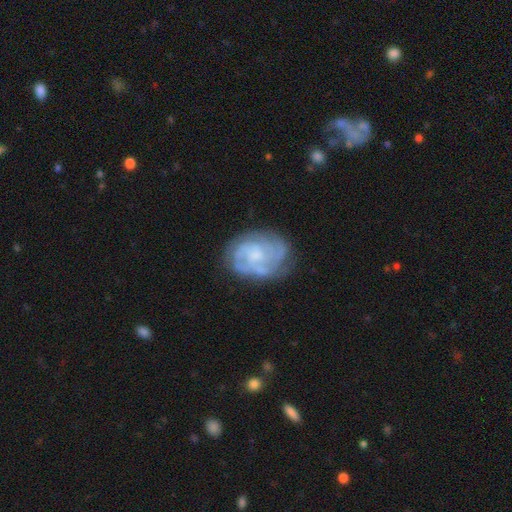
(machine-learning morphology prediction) A featured or disk galaxy (79%) with no bar (64%), tight (58%) spiral arms (91%) and a small central bulge (47%). Merging: none (69%).